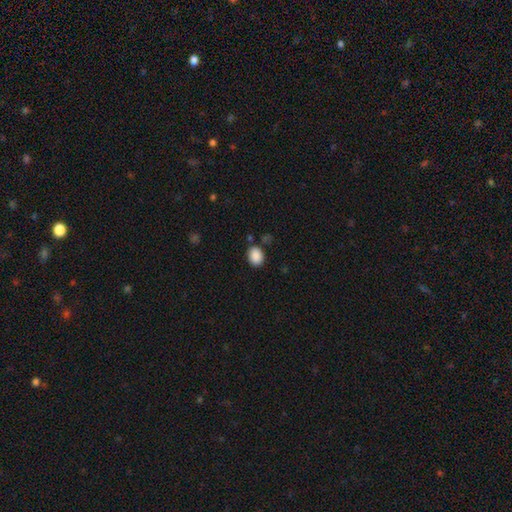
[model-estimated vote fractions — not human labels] Overall: smooth (89%). How rounded: in between (62%; round 37%). Merging: none (80%).